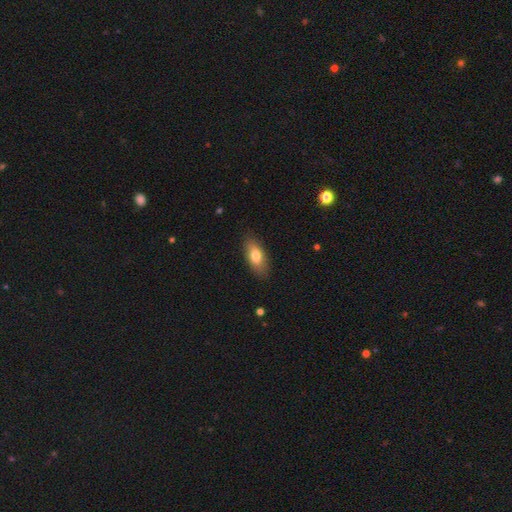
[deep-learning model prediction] Smooth or featured? Predicted: smooth (p=0.76). How rounded? Predicted: in between (p=0.82). Merging? Predicted: none (p=0.84).